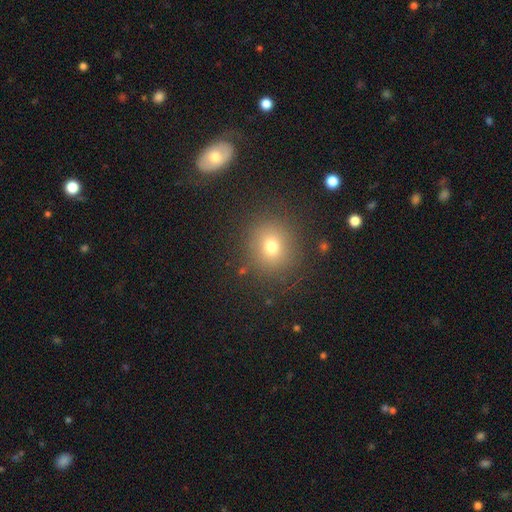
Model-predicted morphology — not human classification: A smooth galaxy with no disk features (63%) that is round (83%).

Vote fractions:
- Smooth or featured? smooth: 63% / star or artifact: 27% / featured or disk: 10%
- How rounded? round: 83% / in between: 15% / cigar-shaped: 1%
- Merging? none: 88% / minor disturbance: 7% / merger: 3% / major disturbance: 3%